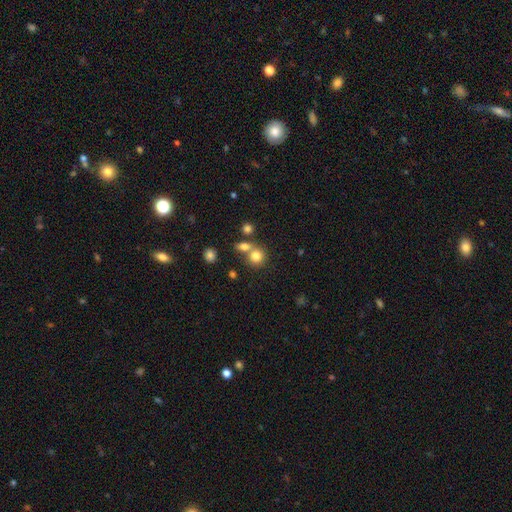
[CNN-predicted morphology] A smooth galaxy with no disk features (79%) that is round (84%).

Vote fractions:
- Smooth or featured? smooth: 79% / star or artifact: 12% / featured or disk: 9%
- How rounded? round: 84% / in between: 15% / cigar-shaped: 1%
- Merging? none: 52% / merger: 36% / minor disturbance: 9% / major disturbance: 4%